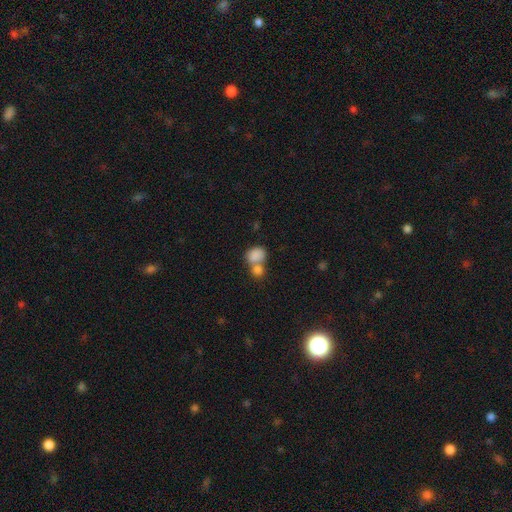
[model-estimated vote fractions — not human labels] smooth 83%, star or artifact 9%, featured or disk 9%. Down the decision tree: how rounded — in between (53%); merging — merger (61%).